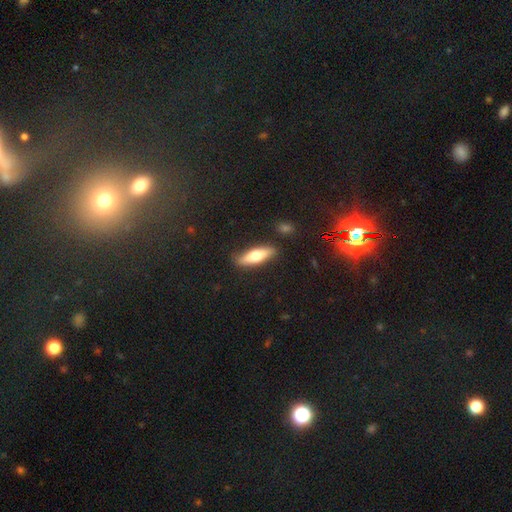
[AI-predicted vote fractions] A smooth galaxy with no disk features (60%) that is cigar-shaped (57%). Merging: none (84%).